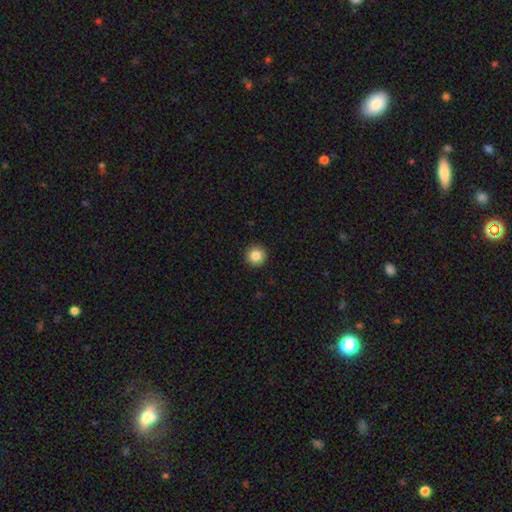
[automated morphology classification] This appears to be a smooth galaxy with no disk features (86%) that is round (96%). Merging: none (93%).